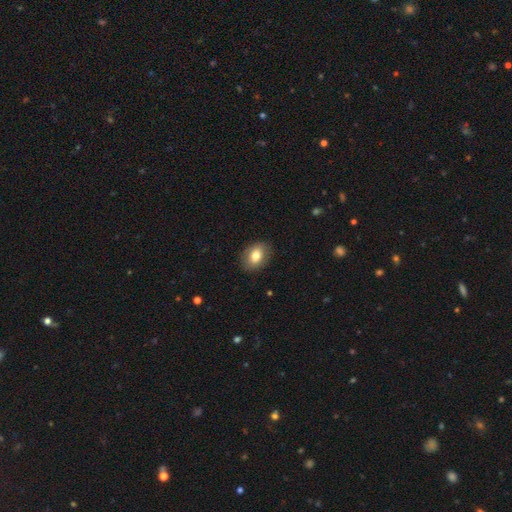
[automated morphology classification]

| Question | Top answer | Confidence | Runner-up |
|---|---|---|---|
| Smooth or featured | smooth | 78% | featured or disk (14%) |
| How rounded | in between | 75% | round (24%) |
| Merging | none | 87% | minor disturbance (10%) |